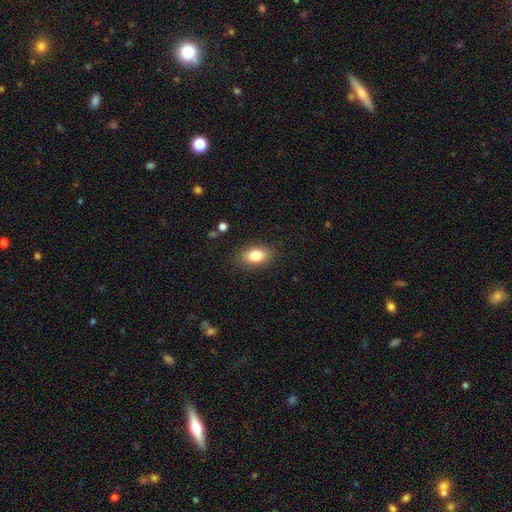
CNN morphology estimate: smooth 83%, featured or disk 9%, star or artifact 8%. Down the decision tree: how rounded — in between (87%); merging — none (85%).